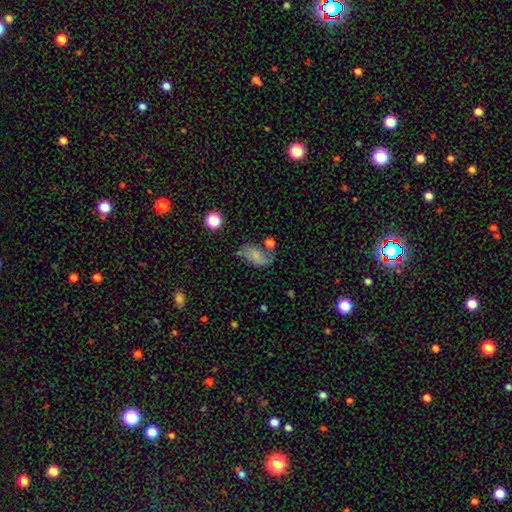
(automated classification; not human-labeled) Smooth or featured? smooth (56%)
How rounded? in between (90%)
Merging? none (48%)